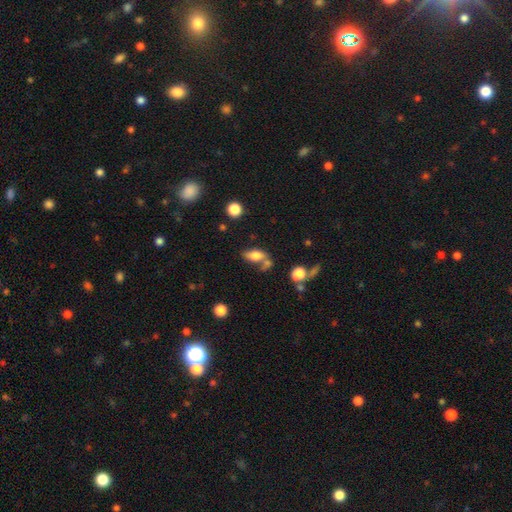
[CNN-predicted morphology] type=smooth (73%); roundness=in between (86%); merging=none (39%).